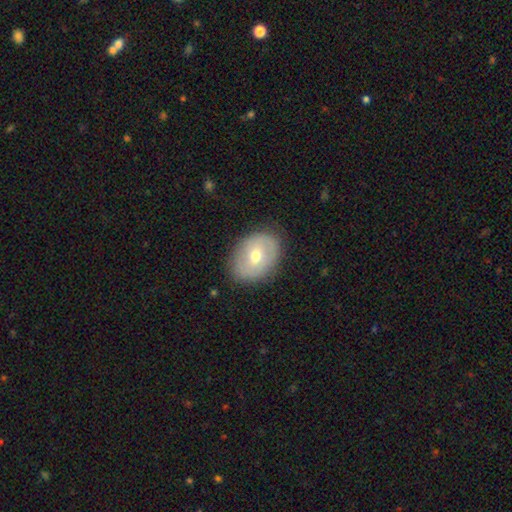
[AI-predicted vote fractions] This appears to be a smooth galaxy with no disk features (49%). Merging: none (83%).